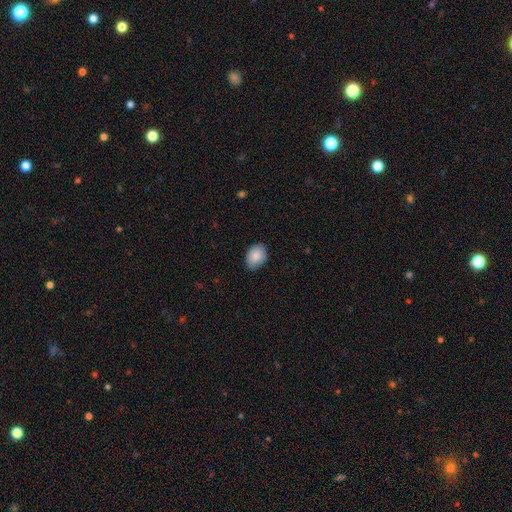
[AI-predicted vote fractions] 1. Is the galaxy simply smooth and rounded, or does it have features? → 87% smooth, 7% star or artifact, 6% featured or disk.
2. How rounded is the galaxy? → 77% in between, 22% round, 1% cigar-shaped.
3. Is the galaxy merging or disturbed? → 83% none, 14% minor disturbance, 2% major disturbance, 1% merger.